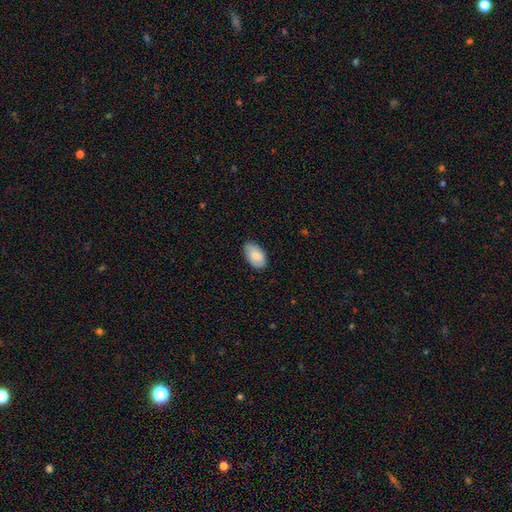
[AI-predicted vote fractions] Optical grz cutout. It shows a smooth galaxy with no disk features (80%) that is in between round and cigar-shaped (94%). Merging: none (80%).